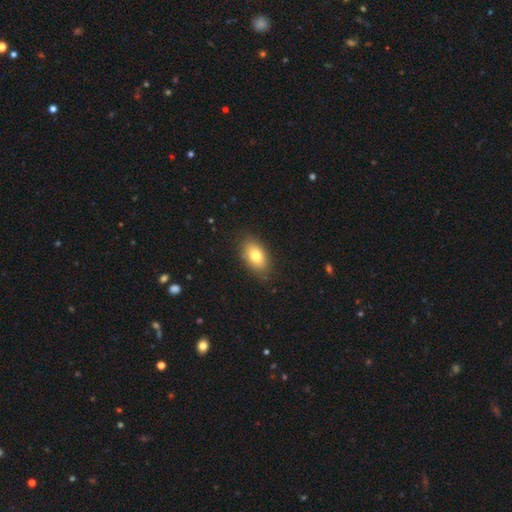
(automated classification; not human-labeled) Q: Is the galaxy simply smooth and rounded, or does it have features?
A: smooth — 79%.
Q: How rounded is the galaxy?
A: in between — 90%.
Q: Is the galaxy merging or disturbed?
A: none — 83%.